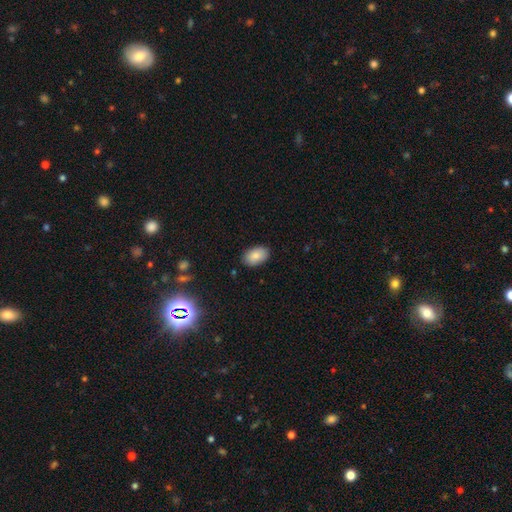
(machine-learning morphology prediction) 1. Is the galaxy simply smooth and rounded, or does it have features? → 86% smooth, 8% star or artifact, 7% featured or disk.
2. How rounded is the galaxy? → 92% in between, 7% round, 1% cigar-shaped.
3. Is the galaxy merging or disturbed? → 87% none, 10% minor disturbance, 2% major disturbance, 1% merger.